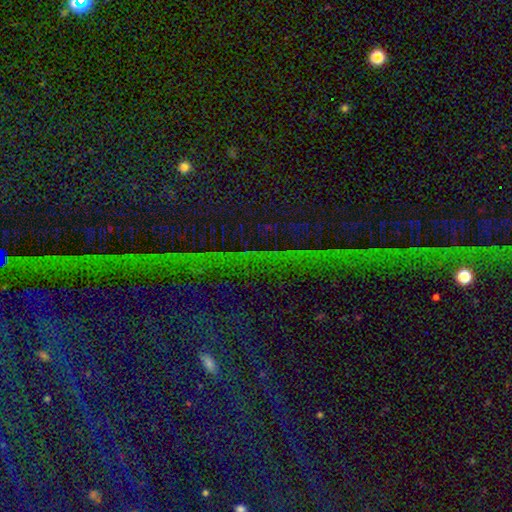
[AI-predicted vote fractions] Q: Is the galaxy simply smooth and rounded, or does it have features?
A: star or artifact — 86%.